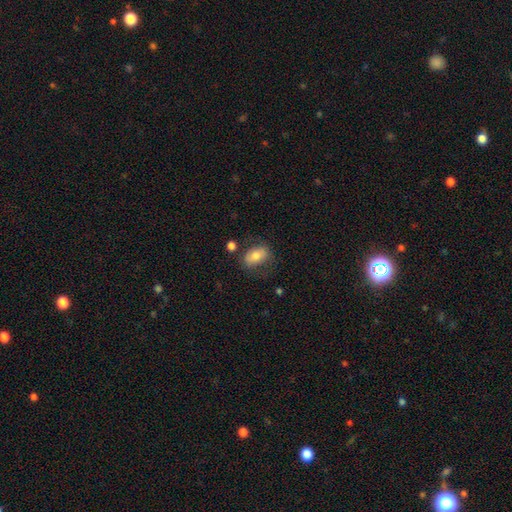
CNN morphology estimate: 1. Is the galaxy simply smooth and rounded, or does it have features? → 72% smooth, 20% featured or disk, 8% star or artifact.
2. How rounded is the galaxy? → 86% in between, 12% round, 2% cigar-shaped.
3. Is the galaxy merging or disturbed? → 64% none, 21% minor disturbance, 10% major disturbance, 5% merger.